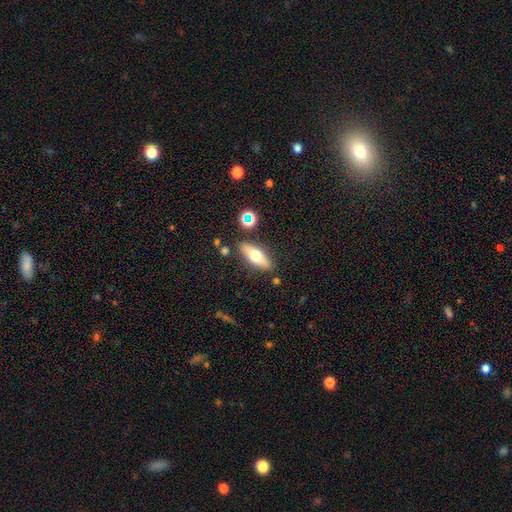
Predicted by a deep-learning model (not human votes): Smooth or featured? smooth (55%)
How rounded? in between (66%)
Merging? none (84%)